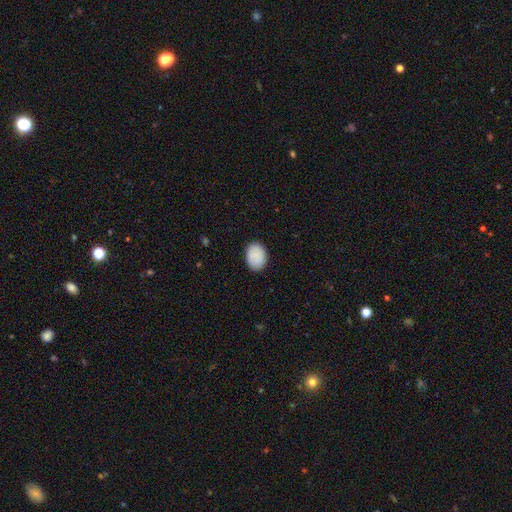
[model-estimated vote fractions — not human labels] A smooth galaxy with no disk features (89%) that is in between round and cigar-shaped (76%). Merging: none (87%).